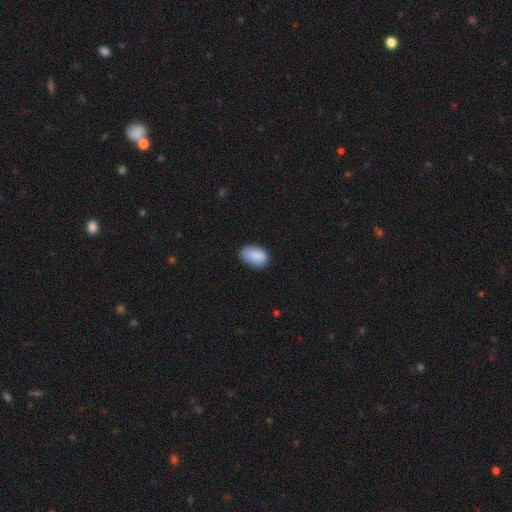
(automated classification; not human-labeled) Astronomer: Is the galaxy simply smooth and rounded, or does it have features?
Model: smooth — 87%.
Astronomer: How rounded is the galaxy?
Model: in between — 90%.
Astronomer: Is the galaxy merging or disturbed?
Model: none — 76%.